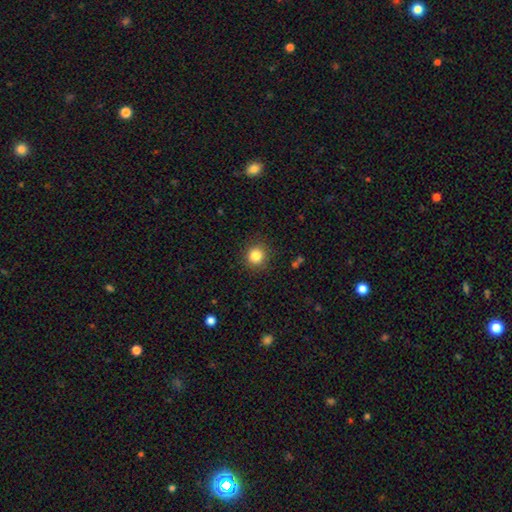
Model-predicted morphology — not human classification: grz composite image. It shows a smooth galaxy with no disk features (84%) that is round (92%). Merging: none (89%).